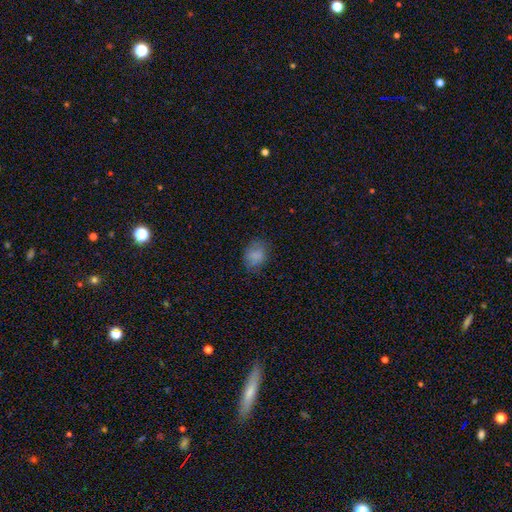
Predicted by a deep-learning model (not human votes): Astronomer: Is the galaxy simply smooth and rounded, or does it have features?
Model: smooth — 80%.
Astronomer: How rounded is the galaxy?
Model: in between — 56% (runner-up: round, 43%).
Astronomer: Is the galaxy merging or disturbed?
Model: none — 73%.